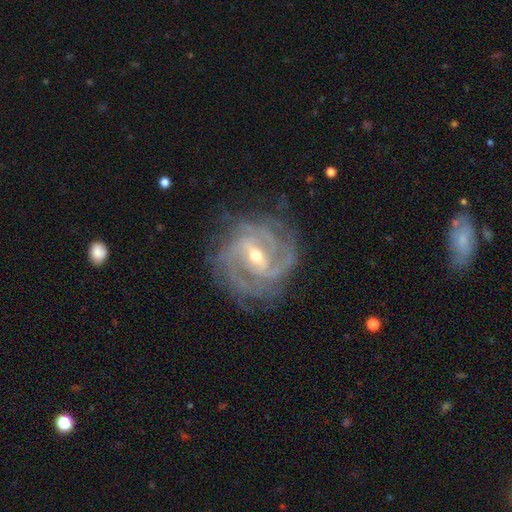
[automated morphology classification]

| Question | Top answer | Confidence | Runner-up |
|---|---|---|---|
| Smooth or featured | featured or disk | 91% | star or artifact (5%) |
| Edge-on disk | no | 97% | yes (3%) |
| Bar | weak | 44% | strong (41%) |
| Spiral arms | yes | 98% | no (2%) |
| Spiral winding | tight | 60% | medium (34%) |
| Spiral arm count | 3 | 27% | 2 (24%) |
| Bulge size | moderate | 49% | small (48%) |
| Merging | none | 77% | minor disturbance (15%) |